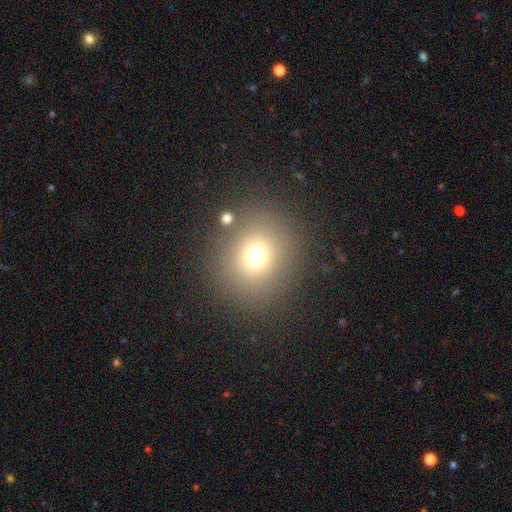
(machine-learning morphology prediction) Smooth or featured? Predicted: smooth (p=0.70). How rounded? Predicted: round (p=0.83). Merging? Predicted: none (p=0.83).